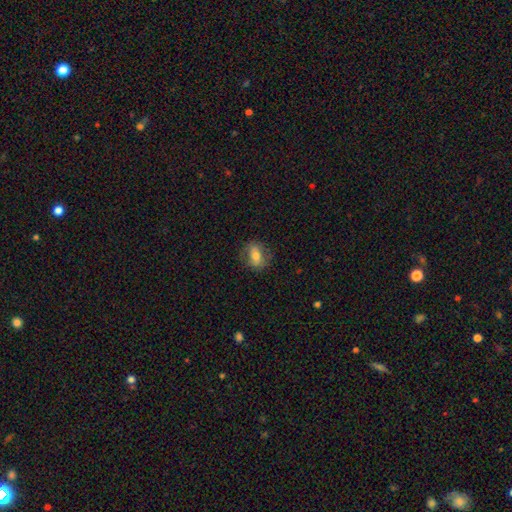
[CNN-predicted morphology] The model was most divided on "smooth or featured": smooth: 63%, featured or disk: 29%, star or artifact: 8%. More confident: merging — none (77%); how rounded — in between (68%).